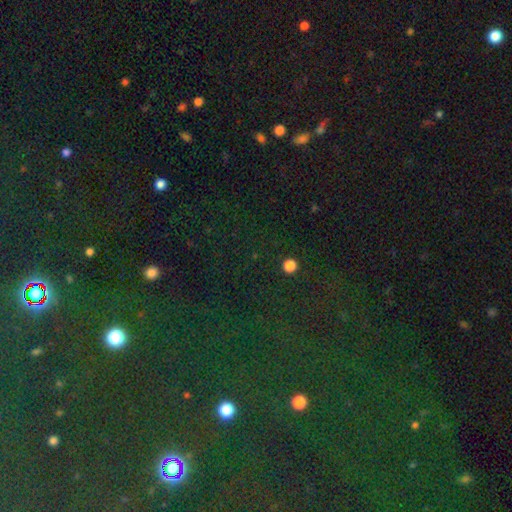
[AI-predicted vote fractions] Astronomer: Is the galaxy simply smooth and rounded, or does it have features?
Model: star or artifact — 78%.